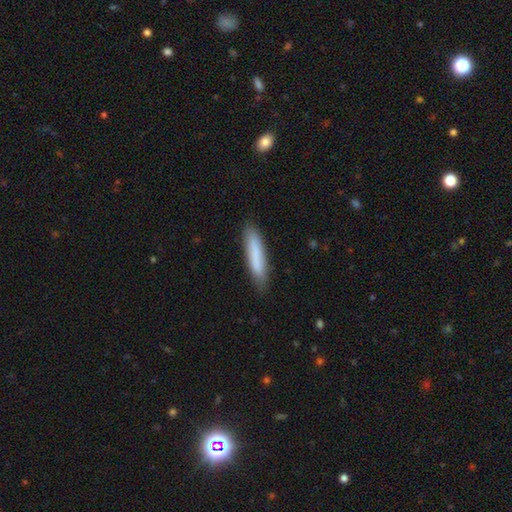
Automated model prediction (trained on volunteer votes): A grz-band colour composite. It shows a smooth galaxy with no disk features (81%) that is cigar-shaped (84%). Merging: none (84%).